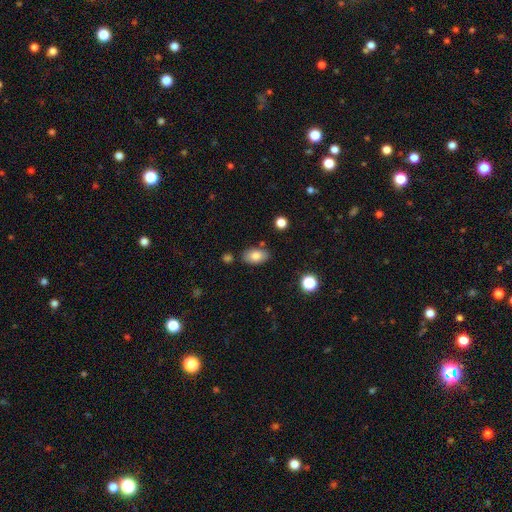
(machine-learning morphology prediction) A smooth galaxy with no disk features (80%) that is in between round and cigar-shaped (90%).

Vote fractions:
- Smooth or featured? smooth: 80% / featured or disk: 11% / star or artifact: 9%
- How rounded? in between: 90% / round: 8% / cigar-shaped: 2%
- Merging? none: 80% / minor disturbance: 12% / merger: 5% / major disturbance: 3%